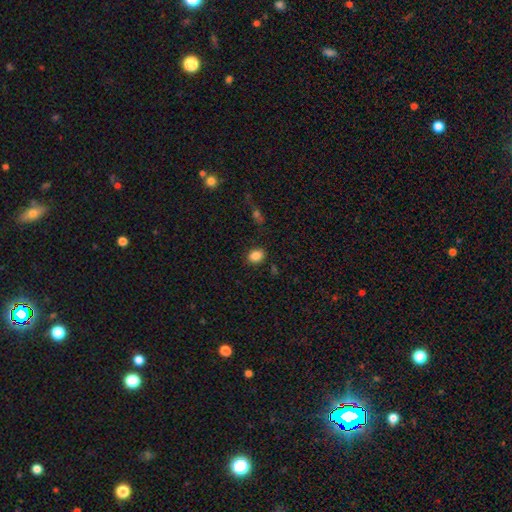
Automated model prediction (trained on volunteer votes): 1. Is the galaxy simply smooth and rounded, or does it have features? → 86% smooth, 10% star or artifact, 4% featured or disk.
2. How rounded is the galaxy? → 67% in between, 32% round, 1% cigar-shaped.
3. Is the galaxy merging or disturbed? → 85% none, 10% minor disturbance, 3% major disturbance, 2% merger.